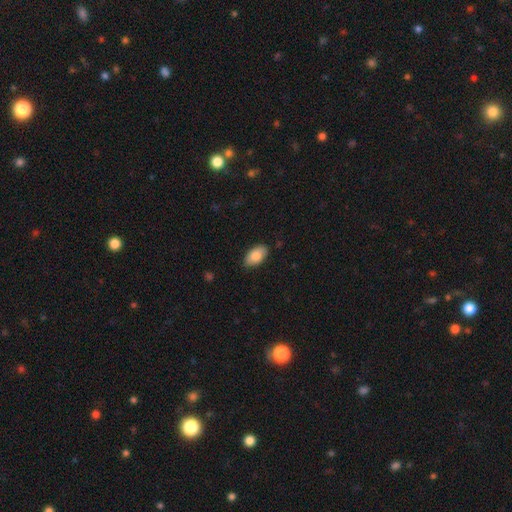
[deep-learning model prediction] smooth-or-featured: smooth: 82% | featured or disk: 12% | star or artifact: 6%
  how-rounded: in between: 94% | round: 4% | cigar-shaped: 2%
  merging: none: 85% | minor disturbance: 12% | major disturbance: 2% | merger: 1%